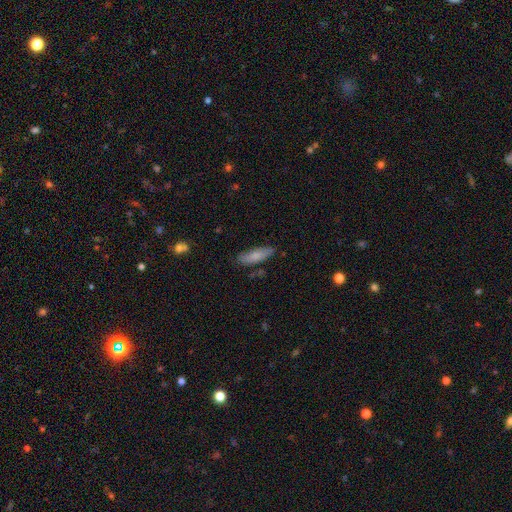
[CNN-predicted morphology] smooth-or-featured: smooth: 80% | featured or disk: 14% | star or artifact: 6%
  how-rounded: cigar-shaped: 54% | in between: 44% | round: 2%
  merging: none: 81% | minor disturbance: 14% | major disturbance: 3% | merger: 2%